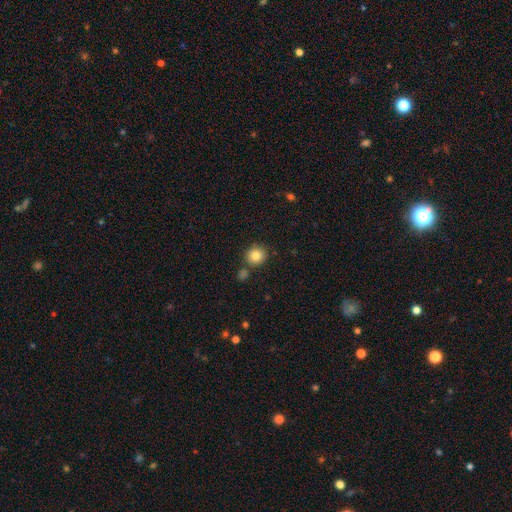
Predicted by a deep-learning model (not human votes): A smooth galaxy with no disk features (84%) that is round (86%). Merging: none (79%).